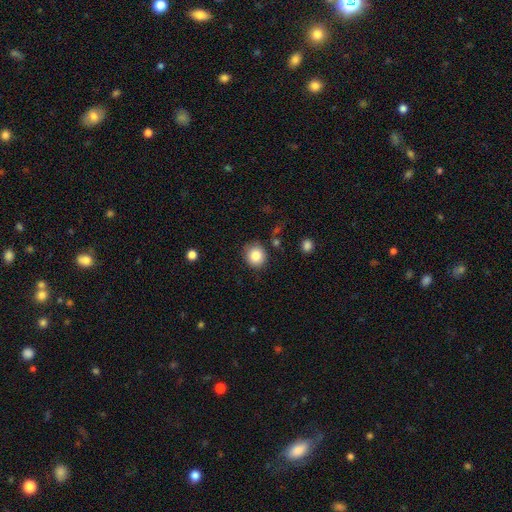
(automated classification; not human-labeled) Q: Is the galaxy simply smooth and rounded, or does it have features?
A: smooth — 84%.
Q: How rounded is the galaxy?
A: round — 84%.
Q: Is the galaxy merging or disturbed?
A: none — 85%.